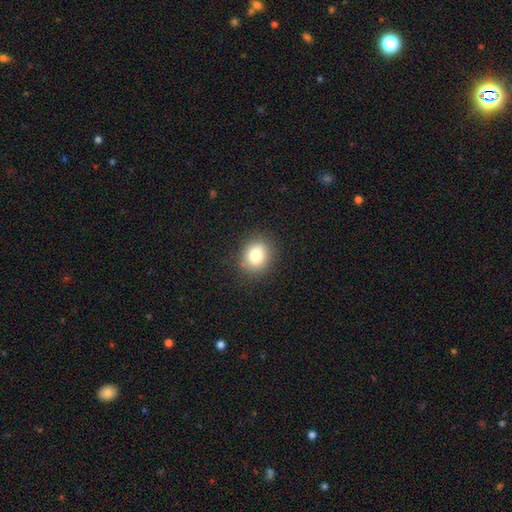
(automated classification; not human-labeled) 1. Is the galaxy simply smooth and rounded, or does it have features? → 79% smooth, 11% star or artifact, 10% featured or disk.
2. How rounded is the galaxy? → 71% round, 28% in between, 1% cigar-shaped.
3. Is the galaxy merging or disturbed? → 87% none, 9% minor disturbance, 3% major disturbance, 1% merger.